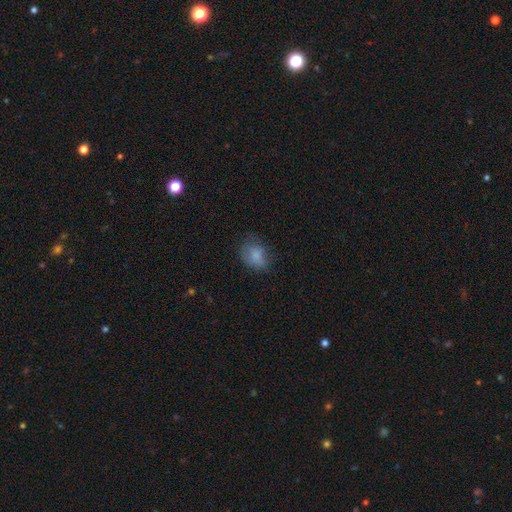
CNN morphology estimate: This appears to be a smooth galaxy with no disk features (76%) that is in between round and cigar-shaped (63%). Merging: none (57%).